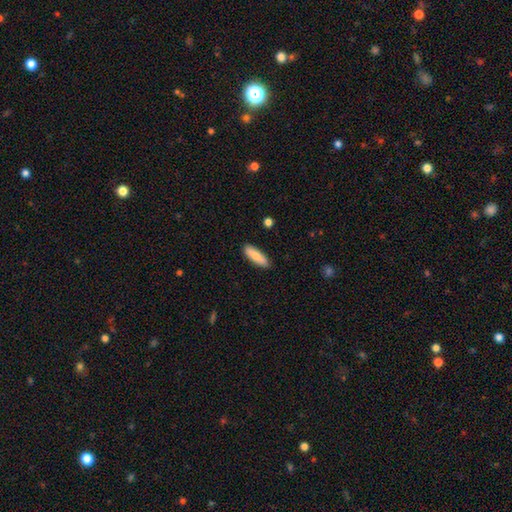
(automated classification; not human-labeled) Q: Smooth or featured?
A: smooth (82%); runner-up: featured or disk (12%)
Q: How rounded?
A: cigar-shaped (59%); runner-up: in between (40%)
Q: Merging?
A: none (89%); runner-up: minor disturbance (8%)